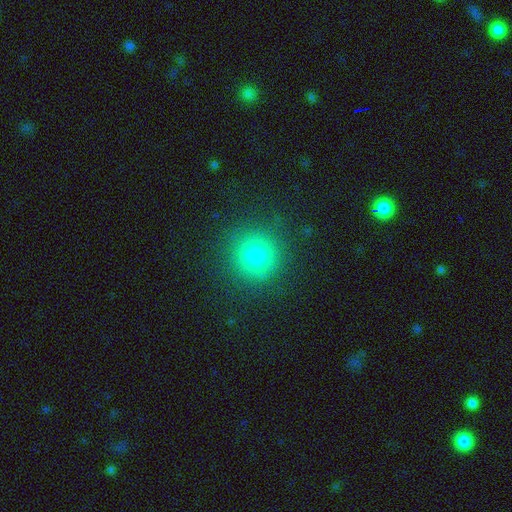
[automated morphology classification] Smooth or featured?
  - smooth: 75% *
  - star or artifact: 17%
  - featured or disk: 8%
How rounded?
  - round: 94% *
  - in between: 5%
  - cigar-shaped: 1%
Merging?
  - none: 87% *
  - minor disturbance: 8%
  - major disturbance: 4%
  - merger: 1%